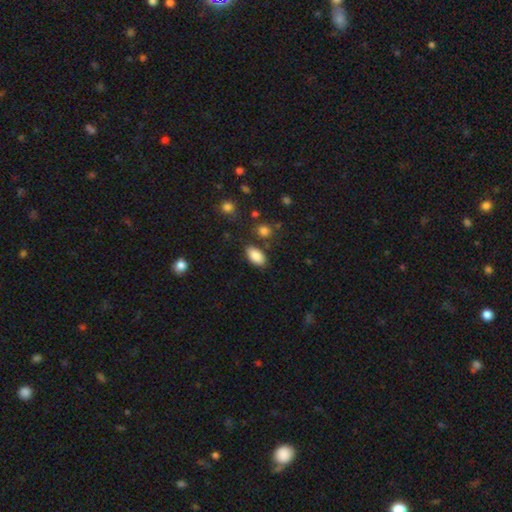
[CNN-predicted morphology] Smooth or featured? Predicted: smooth (p=0.88). How rounded? Predicted: in between (p=0.93). Merging? Predicted: none (p=0.80).